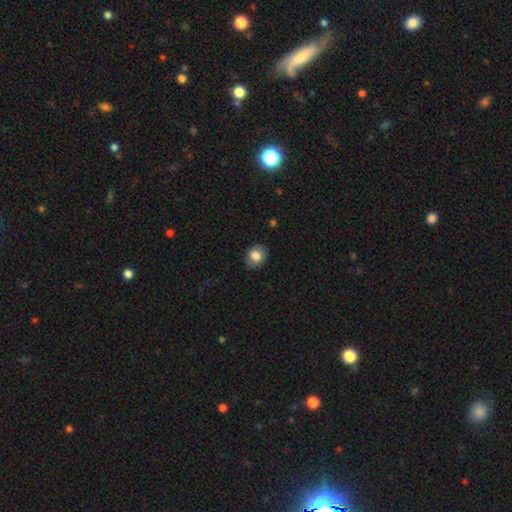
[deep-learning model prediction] Smooth or featured? smooth (83%)
How rounded? round (58%)
Merging? none (83%)